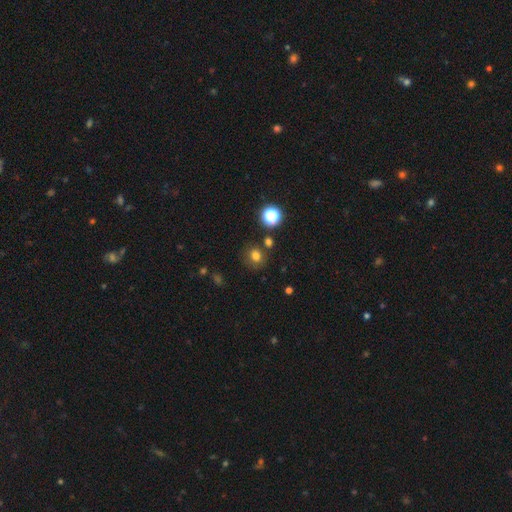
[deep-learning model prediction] The model was most divided on "smooth or featured": smooth: 75%, star or artifact: 17%, featured or disk: 7%. More confident: how rounded — round (79%); merging — none (78%).